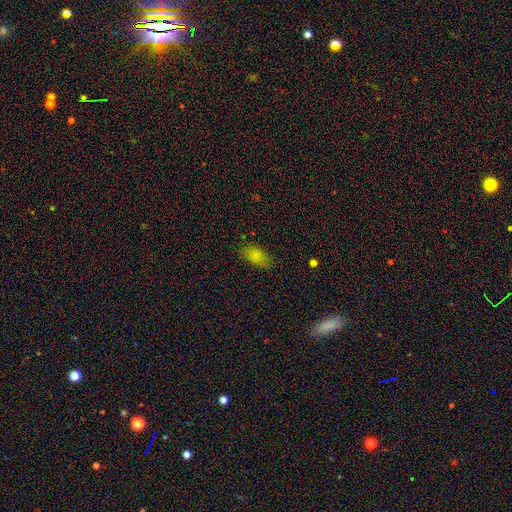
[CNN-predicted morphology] Q: Smooth or featured?
A: smooth (81%); runner-up: star or artifact (12%)
Q: How rounded?
A: in between (92%); runner-up: cigar-shaped (4%)
Q: Merging?
A: none (77%); runner-up: minor disturbance (17%)